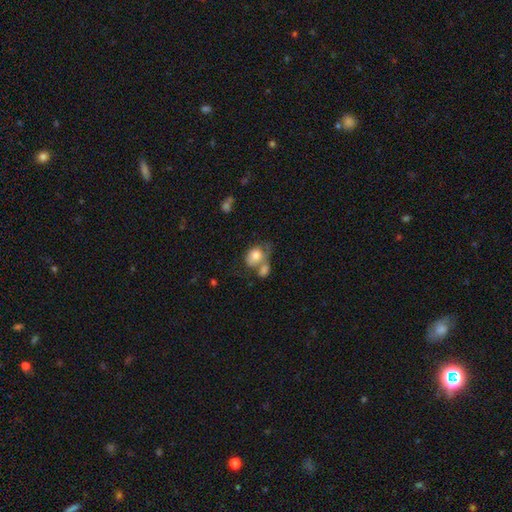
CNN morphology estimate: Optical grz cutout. It shows a smooth galaxy with no disk features (75%) that is in between round and cigar-shaped (61%). Merging: merger (48%).